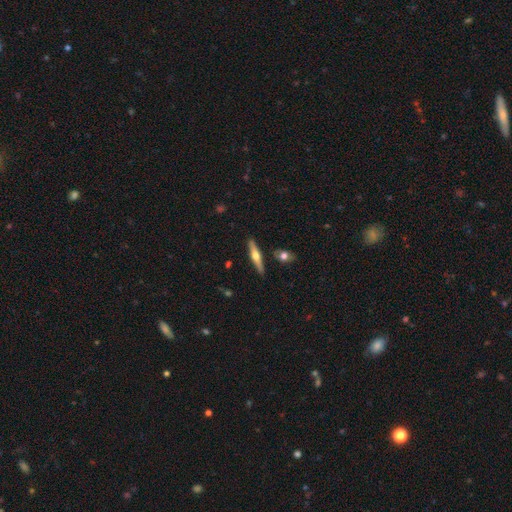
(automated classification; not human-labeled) The model was most divided on "smooth or featured": featured or disk: 66%, smooth: 28%, star or artifact: 6%. More confident: edge-on disk — yes (96%); edge-on bulge — rounded (94%); merging — none (87%).